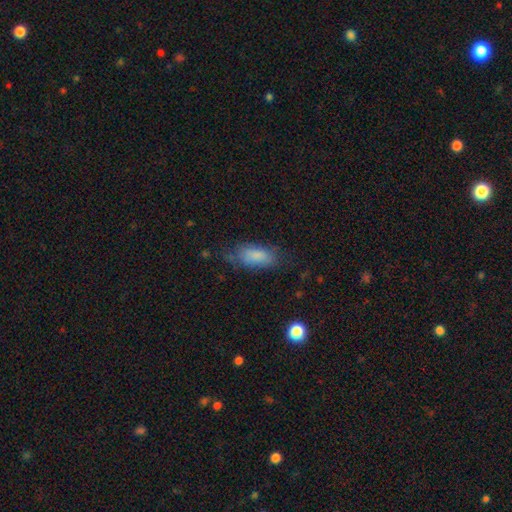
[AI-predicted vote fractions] Morphology: type=smooth (81%); roundness=in between (84%); merging=none (60%).